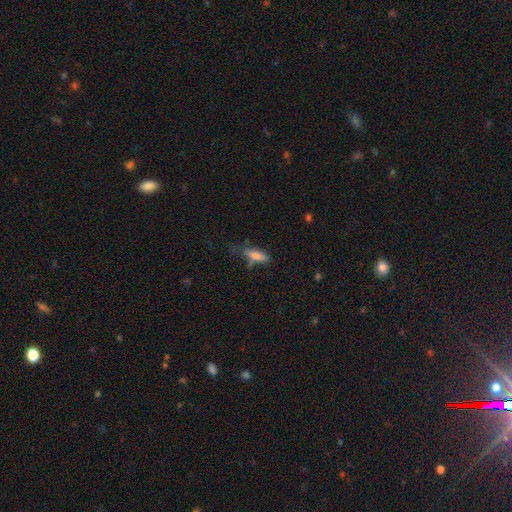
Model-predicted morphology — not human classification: A smooth galaxy with no disk features (69%) that is cigar-shaped (49%). Merging: none (50%).